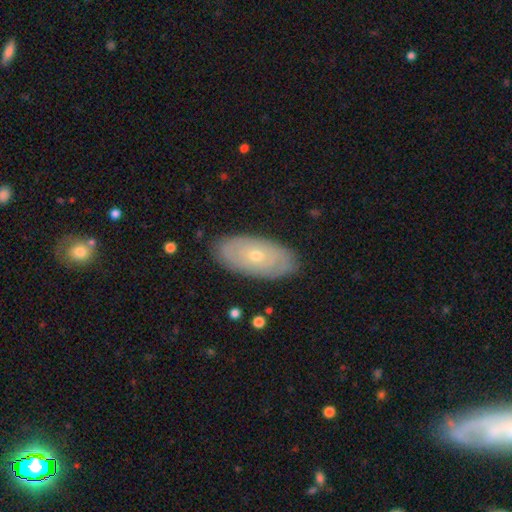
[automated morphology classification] smooth-or-featured: featured or disk: 52% | smooth: 42% | star or artifact: 6%
  disk-edge-on: no: 86% | yes: 14%
  merging: none: 86% | minor disturbance: 11% | major disturbance: 2% | merger: 1%